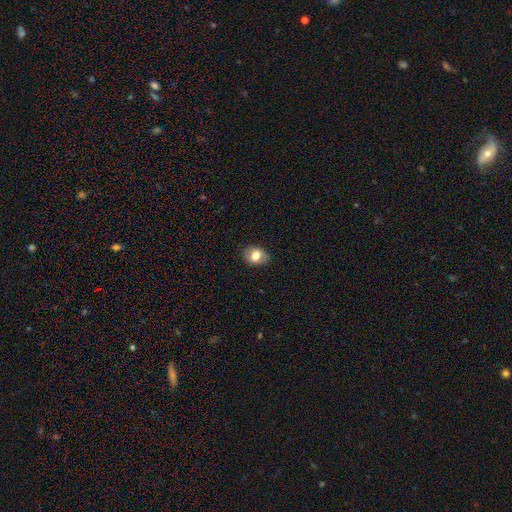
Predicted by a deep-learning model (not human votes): smooth-or-featured: smooth: 77% | featured or disk: 14% | star or artifact: 8%
  how-rounded: in between: 62% | round: 37% | cigar-shaped: 1%
  merging: none: 83% | minor disturbance: 13% | major disturbance: 3% | merger: 1%